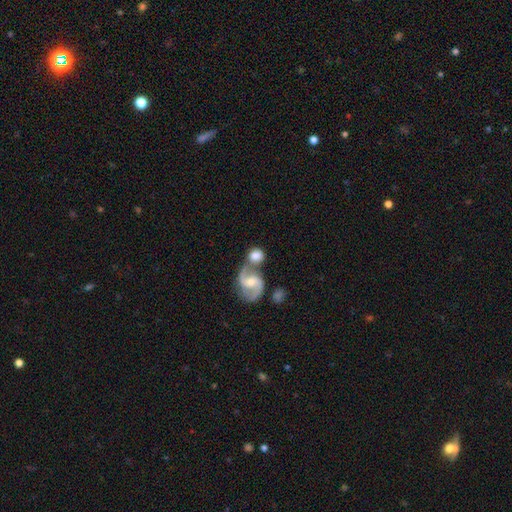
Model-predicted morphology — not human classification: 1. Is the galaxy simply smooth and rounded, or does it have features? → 55% featured or disk, 38% smooth, 7% star or artifact.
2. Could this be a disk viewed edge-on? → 96% no, 4% yes.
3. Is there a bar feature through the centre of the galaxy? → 46% weak, 38% no, 17% strong.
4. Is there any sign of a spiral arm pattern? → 90% yes, 10% no.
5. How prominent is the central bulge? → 44% small, 42% moderate, 7% large, 5% none, 2% dominant.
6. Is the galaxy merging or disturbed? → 44% merger, 39% none, 11% minor disturbance, 6% major disturbance.